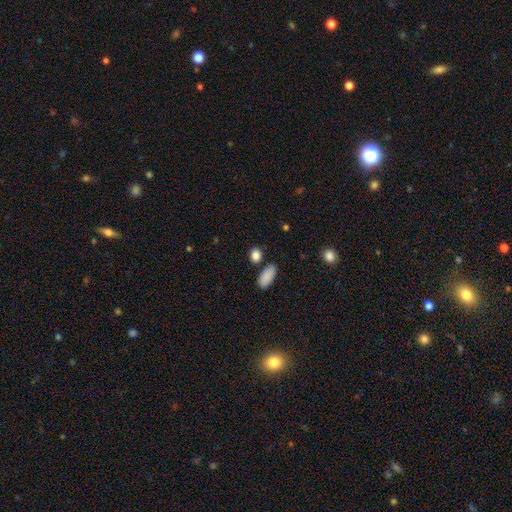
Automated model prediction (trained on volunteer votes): smooth-or-featured: smooth: 87% | star or artifact: 9% | featured or disk: 4%
  how-rounded: in between: 57% | round: 39% | cigar-shaped: 4%
  merging: none: 80% | minor disturbance: 10% | merger: 8% | major disturbance: 3%